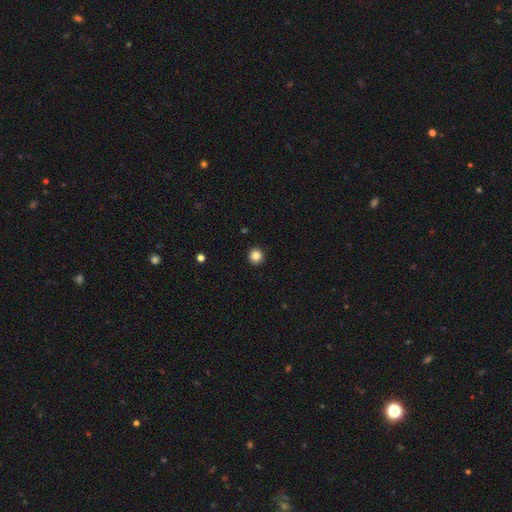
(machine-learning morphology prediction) Smooth or featured? smooth (85%)
How rounded? round (95%)
Merging? none (93%)